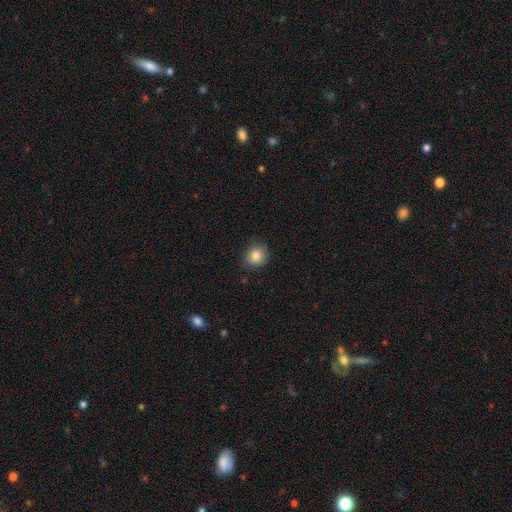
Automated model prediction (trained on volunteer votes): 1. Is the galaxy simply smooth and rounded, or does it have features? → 84% smooth, 10% star or artifact, 6% featured or disk.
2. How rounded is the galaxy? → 84% round, 15% in between, 1% cigar-shaped.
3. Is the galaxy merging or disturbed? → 84% none, 13% minor disturbance, 3% major disturbance, 1% merger.